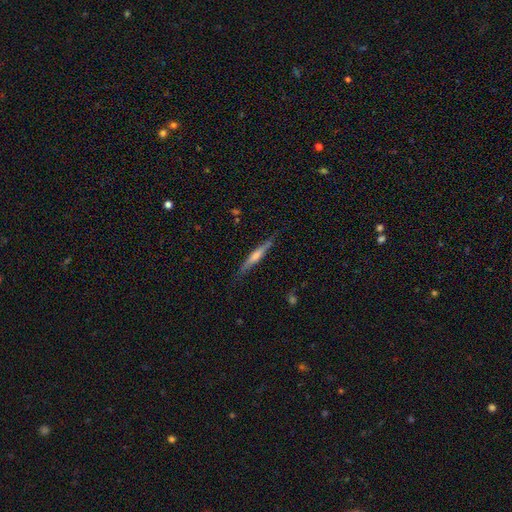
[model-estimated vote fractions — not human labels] A featured or disk galaxy (60%) viewed edge-on (96%) with a rounded central bulge (61%). Merging: none (84%).